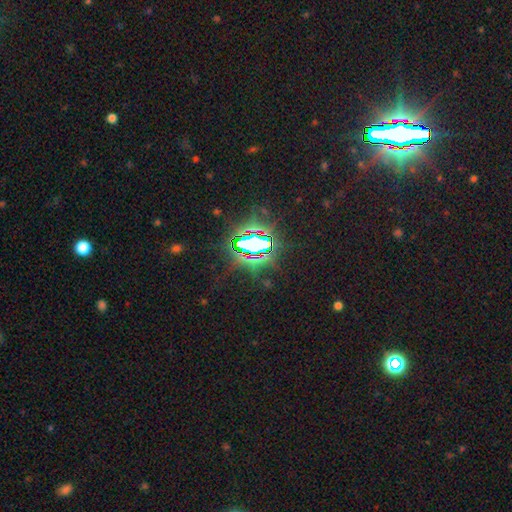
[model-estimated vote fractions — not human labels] smooth_or_featured: star or artifact (p=0.82) [alt: smooth p=0.10]